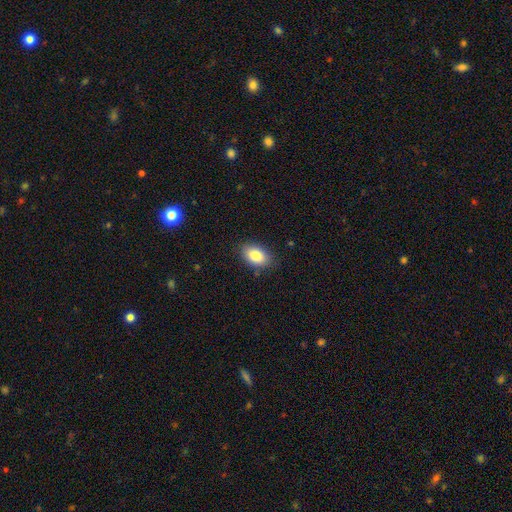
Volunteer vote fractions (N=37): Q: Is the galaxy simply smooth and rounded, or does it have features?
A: smooth — 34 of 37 (92%).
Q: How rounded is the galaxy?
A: in between — 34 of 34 (100%).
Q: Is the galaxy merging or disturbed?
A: none — 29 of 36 (81%).